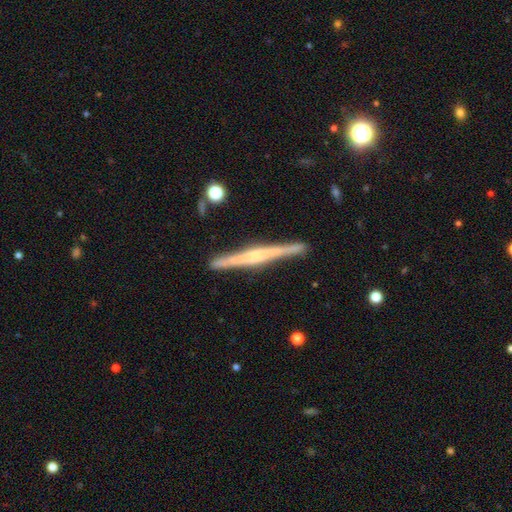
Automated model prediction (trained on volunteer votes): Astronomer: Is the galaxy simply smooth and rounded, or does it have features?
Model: featured or disk — 77%.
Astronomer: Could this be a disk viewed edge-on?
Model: yes — 98%.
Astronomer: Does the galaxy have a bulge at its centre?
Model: rounded — 55%.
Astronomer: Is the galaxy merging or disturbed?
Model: none — 89%.